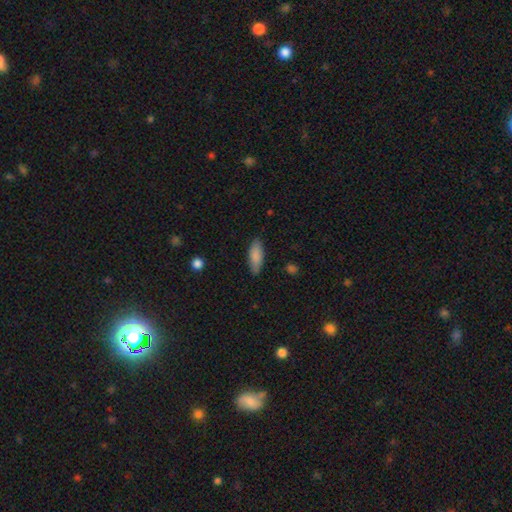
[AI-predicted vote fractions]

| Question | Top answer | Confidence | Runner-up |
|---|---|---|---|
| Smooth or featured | smooth | 85% | featured or disk (9%) |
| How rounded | in between | 71% | cigar-shaped (27%) |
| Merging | none | 81% | minor disturbance (15%) |